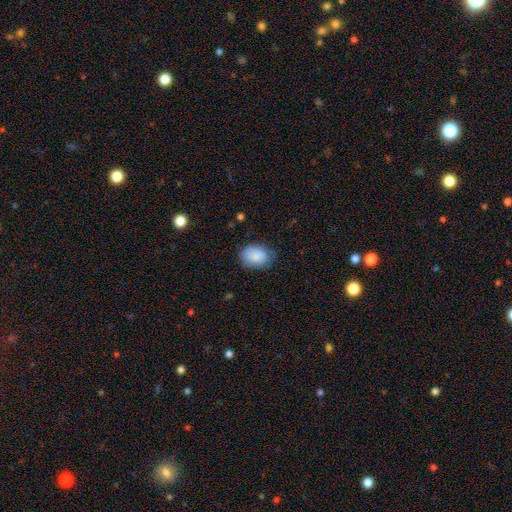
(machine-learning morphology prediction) smooth 86%, featured or disk 7%, star or artifact 7%. Down the decision tree: how rounded — in between (74%); merging — none (74%).